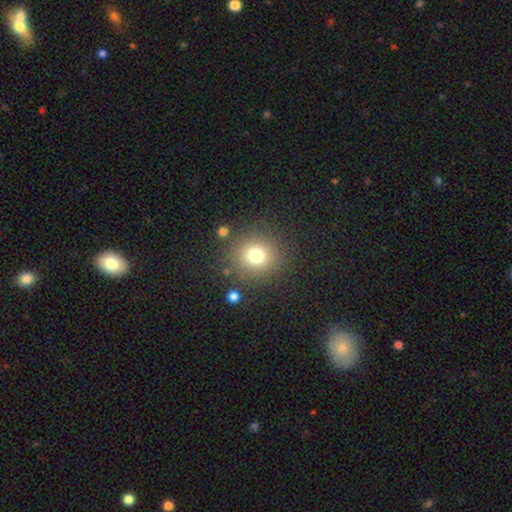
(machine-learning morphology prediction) type=smooth (76%); roundness=round (90%); merging=none (85%).